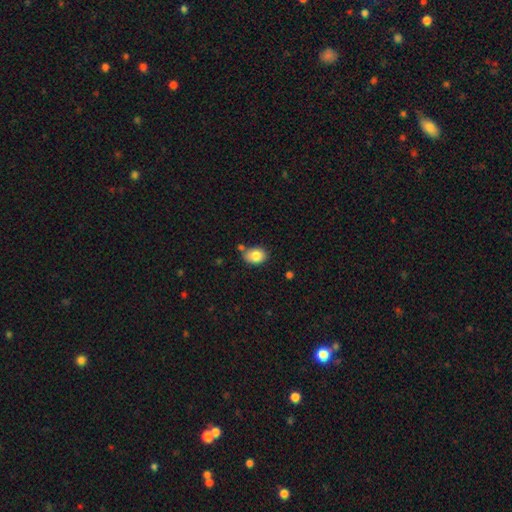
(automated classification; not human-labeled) Morphology: type=smooth (83%); roundness=in between (67%); merging=none (66%).